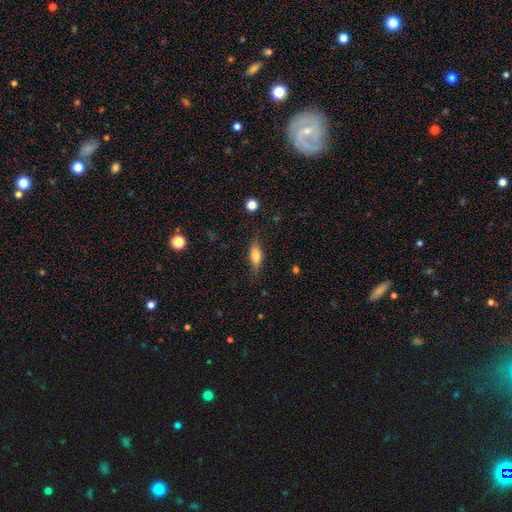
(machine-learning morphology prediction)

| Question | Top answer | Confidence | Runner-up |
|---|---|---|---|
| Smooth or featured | smooth | 70% | featured or disk (22%) |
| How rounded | in between | 73% | cigar-shaped (23%) |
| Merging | none | 73% | minor disturbance (20%) |